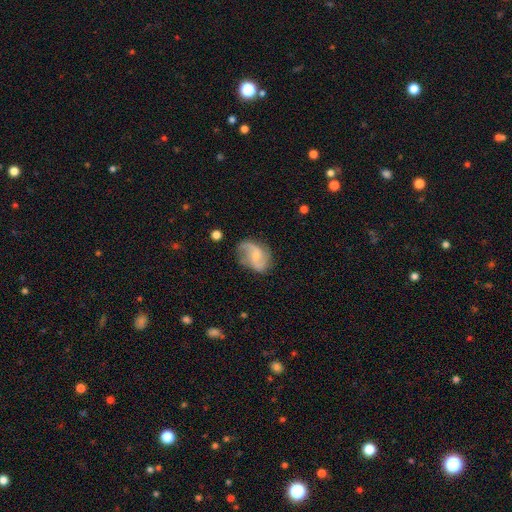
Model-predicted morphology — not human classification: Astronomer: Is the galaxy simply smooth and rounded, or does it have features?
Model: featured or disk — 70%.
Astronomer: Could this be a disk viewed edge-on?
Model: no — 97%.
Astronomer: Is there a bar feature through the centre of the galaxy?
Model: weak — 44%, tied with no at 44%.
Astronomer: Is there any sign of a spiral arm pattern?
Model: yes — 91%.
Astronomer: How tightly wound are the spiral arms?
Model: loose — 57% (runner-up: medium, 33%).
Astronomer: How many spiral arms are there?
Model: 2 — 85%.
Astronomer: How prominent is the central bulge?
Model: small — 59%.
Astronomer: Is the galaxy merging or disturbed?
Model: none — 63%.